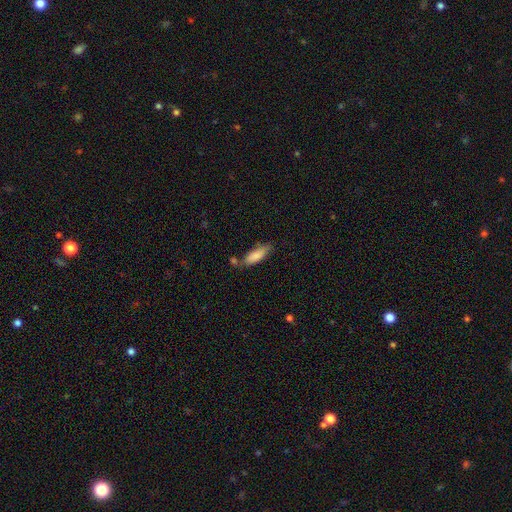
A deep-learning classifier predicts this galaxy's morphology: A smooth galaxy with no disk features (81%) that is in between round and cigar-shaped (57%).

Vote fractions:
- Smooth or featured? smooth: 81% / featured or disk: 13% / star or artifact: 7%
- How rounded? in between: 57% / cigar-shaped: 41% / round: 2%
- Merging? none: 58% / minor disturbance: 23% / merger: 13% / major disturbance: 6%